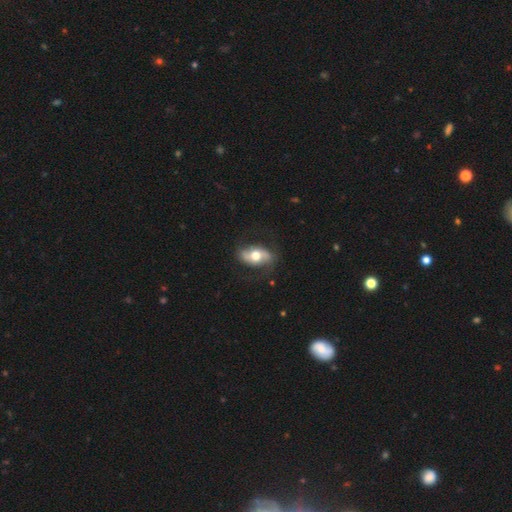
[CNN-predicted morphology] The model was most divided on "bar": no: 51%, weak: 28%, strong: 22%. More confident: edge-on disk — no (89%); merging — none (73%); spiral arms — yes (73%); bulge size — moderate (62%); smooth or featured — featured or disk (60%).